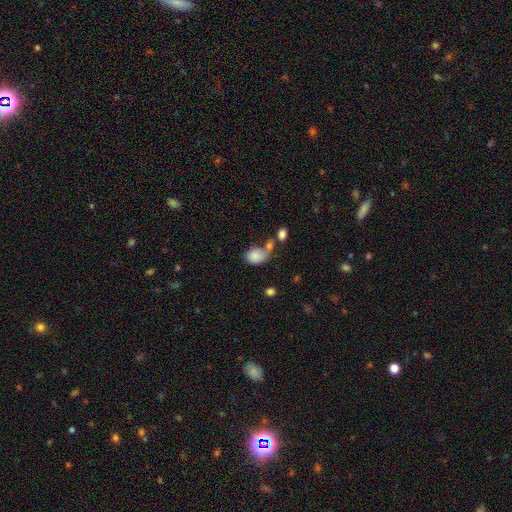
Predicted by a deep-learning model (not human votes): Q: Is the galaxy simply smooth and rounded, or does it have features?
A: smooth — 83%.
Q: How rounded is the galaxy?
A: in between — 72%.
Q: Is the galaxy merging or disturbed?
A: none — 36%.